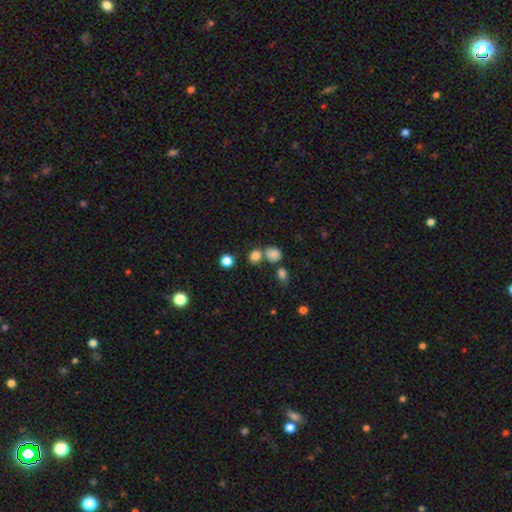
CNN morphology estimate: Q: Smooth or featured?
A: smooth (79%); runner-up: star or artifact (15%)
Q: How rounded?
A: round (74%); runner-up: in between (25%)
Q: Merging?
A: none (58%); runner-up: merger (27%)